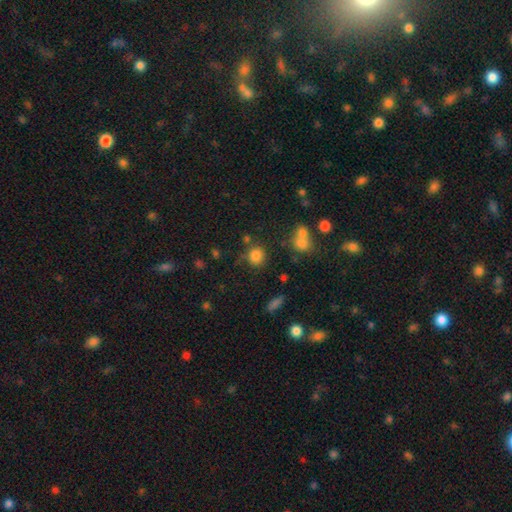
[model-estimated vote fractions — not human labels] A smooth galaxy with no disk features (80%) that is round (84%).

Vote fractions:
- Smooth or featured? smooth: 80% / star or artifact: 13% / featured or disk: 7%
- How rounded? round: 84% / in between: 15% / cigar-shaped: 1%
- Merging? none: 72% / minor disturbance: 14% / merger: 8% / major disturbance: 6%